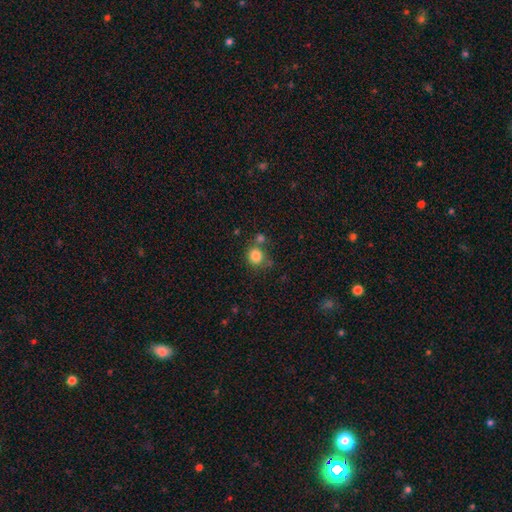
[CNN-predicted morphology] Smooth or featured? Predicted: smooth (p=0.83). How rounded? Predicted: round (p=0.86). Merging? Predicted: none (p=0.63).